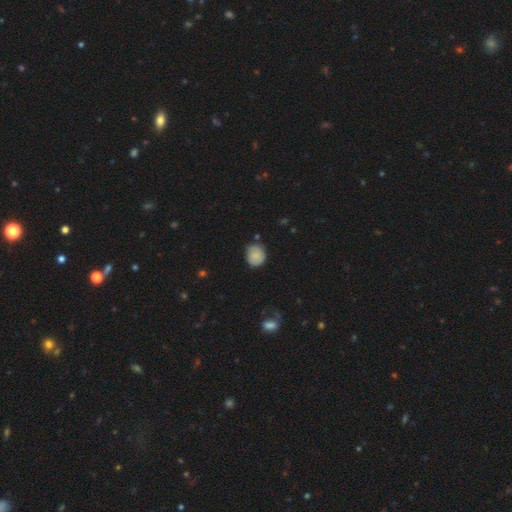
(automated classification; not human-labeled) This is likely a smooth galaxy (74%). How rounded: likely round (71%). Merging: likely none (61%).